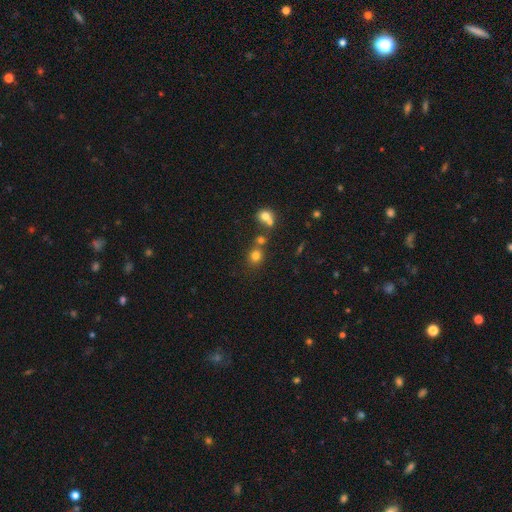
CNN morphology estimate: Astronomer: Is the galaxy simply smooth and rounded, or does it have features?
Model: smooth — 75%.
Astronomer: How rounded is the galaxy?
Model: round — 81%.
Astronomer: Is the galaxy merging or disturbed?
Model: none — 65%.